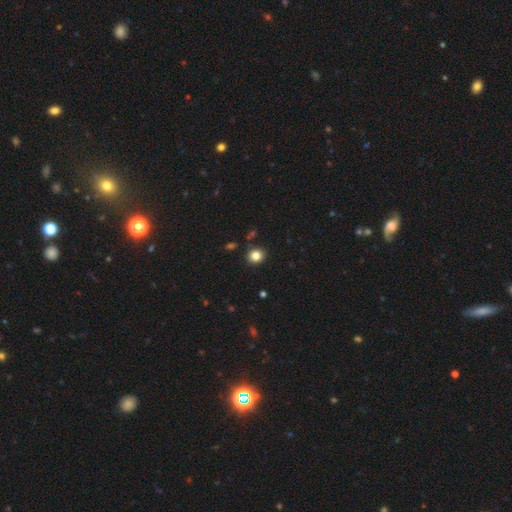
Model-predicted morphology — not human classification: Q: Smooth or featured?
A: smooth (83%); runner-up: star or artifact (11%)
Q: How rounded?
A: round (80%); runner-up: in between (19%)
Q: Merging?
A: none (88%); runner-up: minor disturbance (7%)